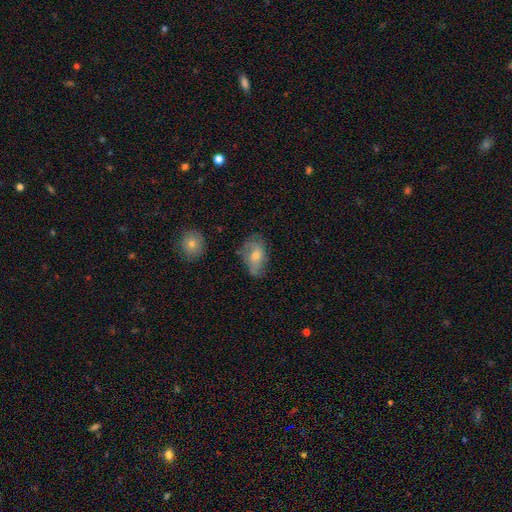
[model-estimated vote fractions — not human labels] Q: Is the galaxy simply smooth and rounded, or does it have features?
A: featured or disk — 45%.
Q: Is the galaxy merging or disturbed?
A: none — 63%.